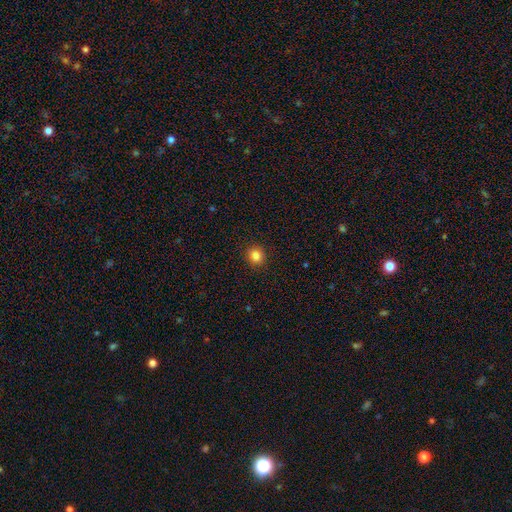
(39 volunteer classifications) smooth 90%, star or artifact 8%, featured or disk 3%. Down the decision tree: how rounded — round (89%); merging — none (97%).